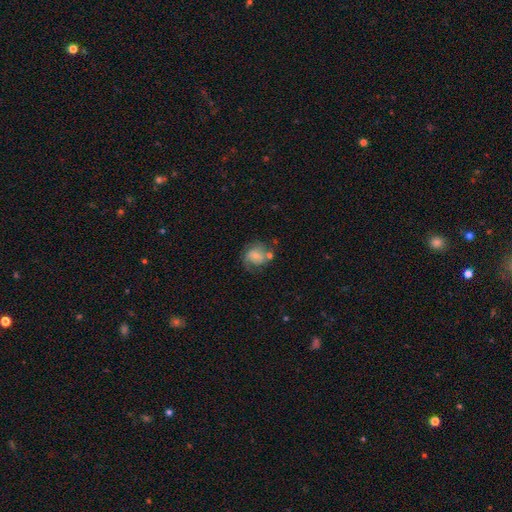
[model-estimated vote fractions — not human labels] Smooth or featured? featured or disk (57%)
Edge-on disk? no (98%)
Bar? no (59%)
Spiral arms? yes (85%)
Bulge size? small (58%)
Merging? none (52%)